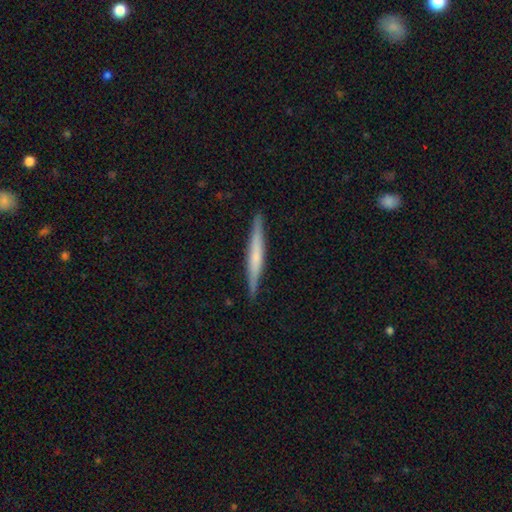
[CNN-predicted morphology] Smooth or featured? featured or disk (54%)
Edge-on disk? yes (97%)
Edge-on bulge? none (53%)
Merging? none (90%)